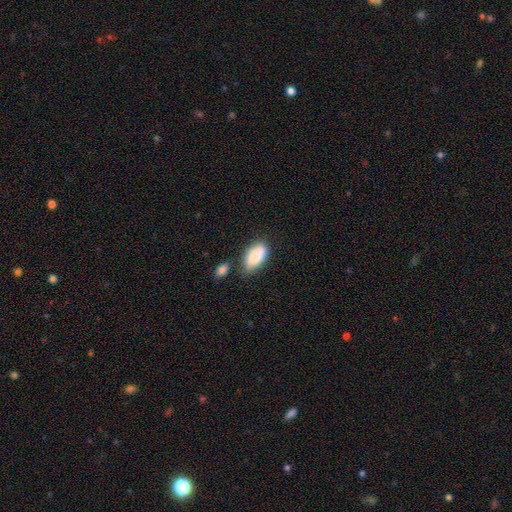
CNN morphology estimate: A smooth galaxy with no disk features (87%) that is in between round and cigar-shaped (93%). Merging: none (54%).